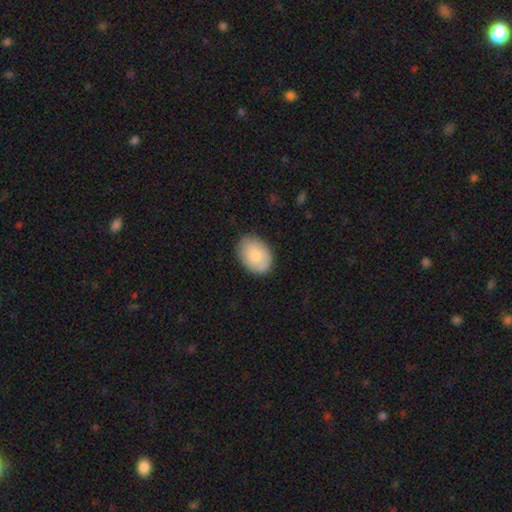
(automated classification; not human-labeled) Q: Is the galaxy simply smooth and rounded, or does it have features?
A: smooth — 80%.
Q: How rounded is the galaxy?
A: in between — 78%.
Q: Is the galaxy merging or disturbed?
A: none — 81%.